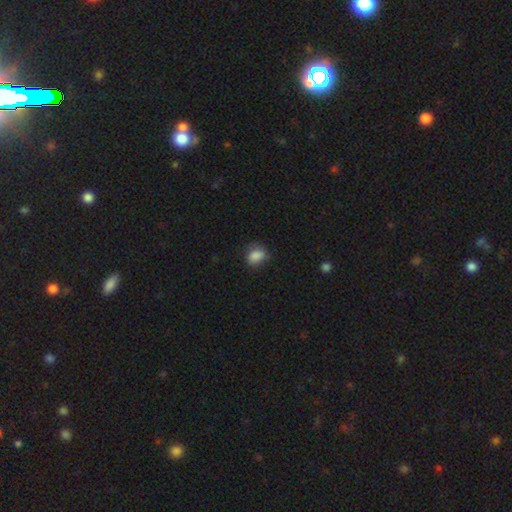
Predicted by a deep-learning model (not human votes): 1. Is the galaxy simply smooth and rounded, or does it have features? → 85% smooth, 9% star or artifact, 6% featured or disk.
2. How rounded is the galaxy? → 67% in between, 32% round, 2% cigar-shaped.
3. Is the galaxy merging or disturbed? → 67% none, 25% minor disturbance, 7% major disturbance, 1% merger.